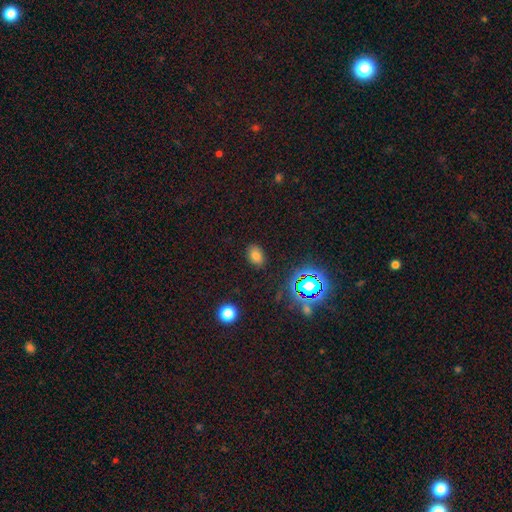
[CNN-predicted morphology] Smooth or featured? Predicted: smooth (p=0.73). How rounded? Predicted: in between (p=0.81). Merging? Predicted: none (p=0.85).